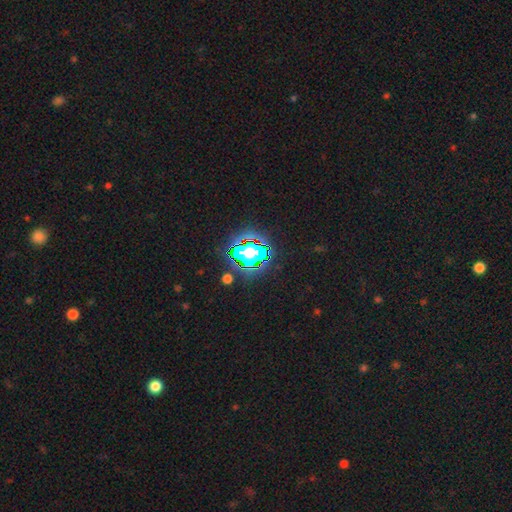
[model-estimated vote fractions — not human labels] A star or artifact, not a galaxy (84%).